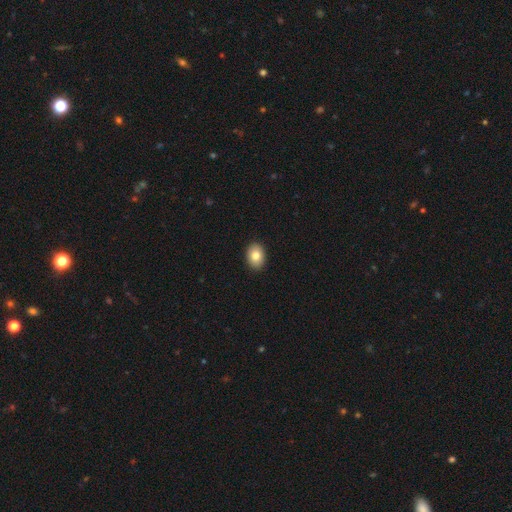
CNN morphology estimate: Smooth or featured? smooth (82%)
How rounded? in between (75%)
Merging? none (91%)